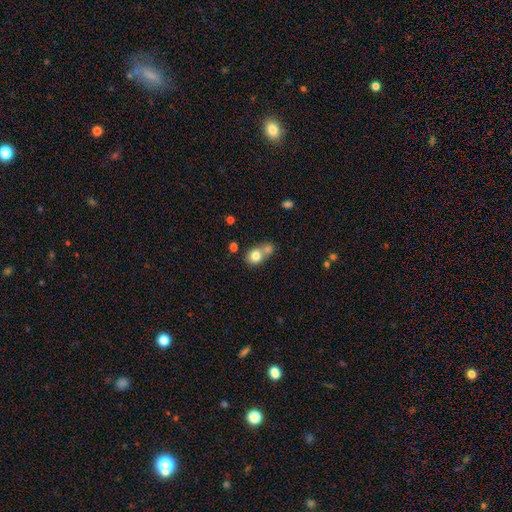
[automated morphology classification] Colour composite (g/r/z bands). It shows a smooth galaxy with no disk features (78%) that is round (65%). Merging: merger (53%).